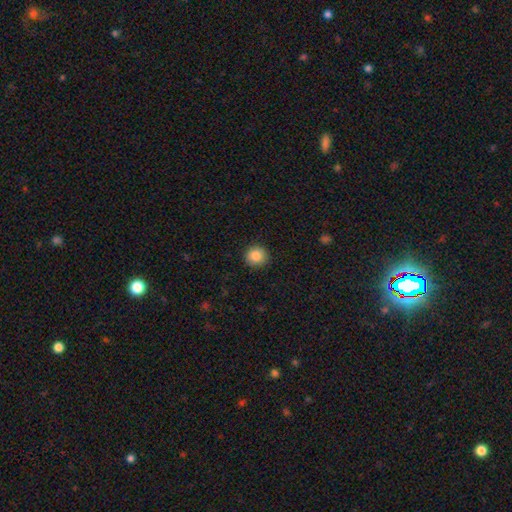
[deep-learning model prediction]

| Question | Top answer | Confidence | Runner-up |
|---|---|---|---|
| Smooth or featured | smooth | 86% | star or artifact (9%) |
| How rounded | round | 93% | in between (6%) |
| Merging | none | 91% | minor disturbance (6%) |